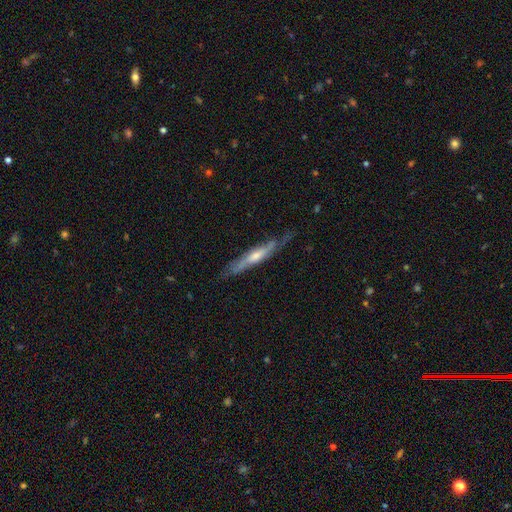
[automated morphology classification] A featured or disk galaxy (68%) viewed edge-on (75%) with a rounded central bulge (59%).

Vote fractions:
- Smooth or featured? featured or disk: 68% / smooth: 26% / star or artifact: 6%
- Edge-on disk? yes: 75% / no: 25%
- Edge-on bulge? rounded: 59% / none: 30% / boxy: 11%
- Merging? none: 67% / minor disturbance: 24% / major disturbance: 8% / merger: 2%